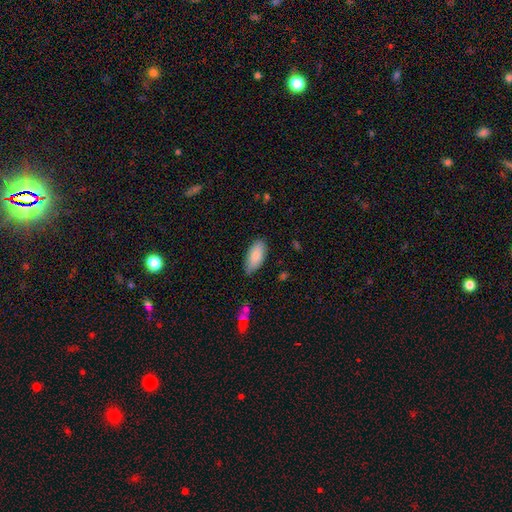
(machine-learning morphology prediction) Smooth or featured? Predicted: smooth (p=0.85). How rounded? Predicted: in between (p=0.91). Merging? Predicted: none (p=0.75).